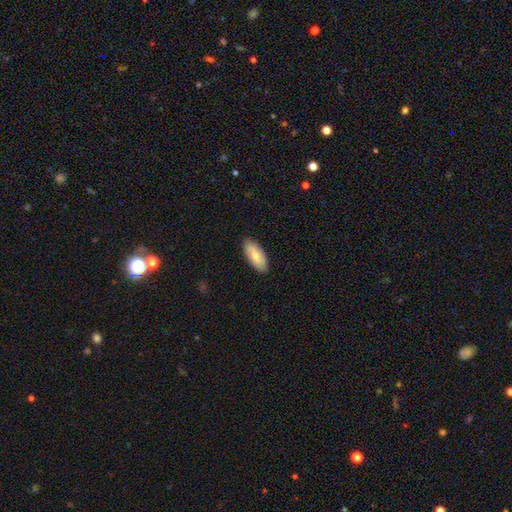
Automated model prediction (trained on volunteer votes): A smooth galaxy with no disk features (74%) that is in between round and cigar-shaped (88%). Merging: none (86%).